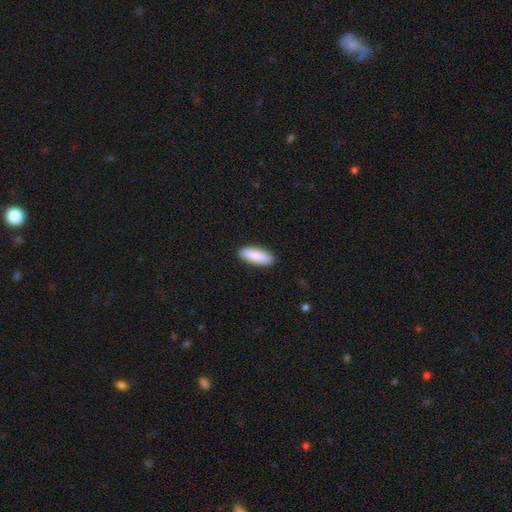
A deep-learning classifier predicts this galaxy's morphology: A smooth galaxy with no disk features (90%) that is in between round and cigar-shaped (60%).

Vote fractions:
- Smooth or featured? smooth: 90% / star or artifact: 5% / featured or disk: 5%
- How rounded? in between: 60% / cigar-shaped: 38% / round: 2%
- Merging? none: 90% / minor disturbance: 7% / major disturbance: 2% / merger: 1%